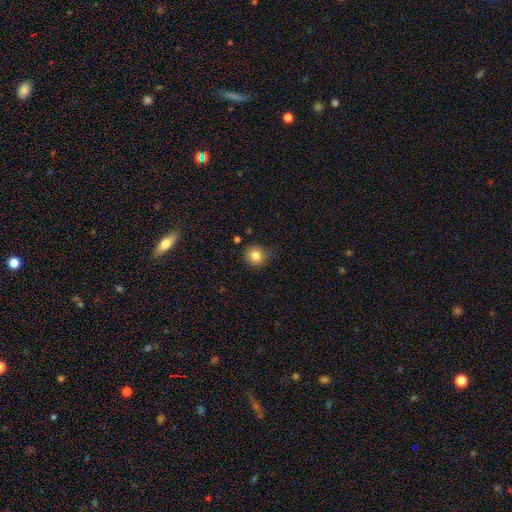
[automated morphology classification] Smooth or featured?
  - smooth: 83% *
  - star or artifact: 11%
  - featured or disk: 7%
How rounded?
  - round: 89% *
  - in between: 10%
  - cigar-shaped: 1%
Merging?
  - none: 77% *
  - minor disturbance: 17%
  - major disturbance: 3%
  - merger: 2%